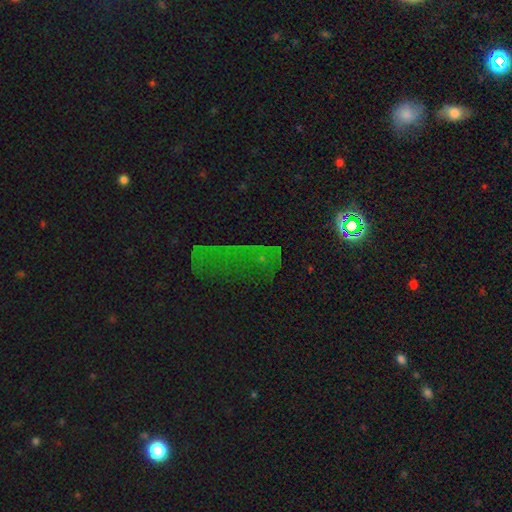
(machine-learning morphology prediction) A star or artifact, not a galaxy (57%).